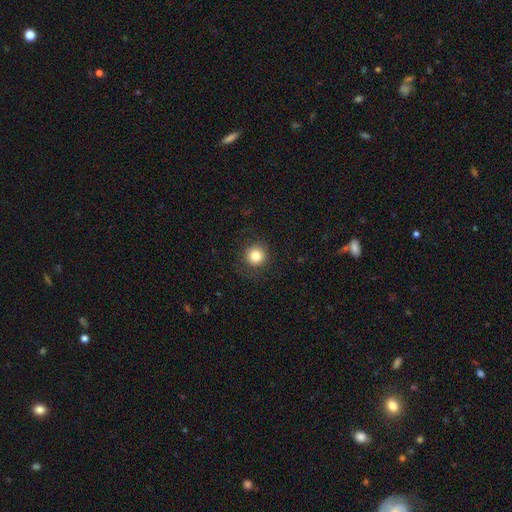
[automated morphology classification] smooth_or_featured: smooth (p=0.83) [alt: star or artifact p=0.11]
how_rounded: round (p=0.94) [alt: in between p=0.05]
merging: none (p=0.89) [alt: minor disturbance p=0.07]